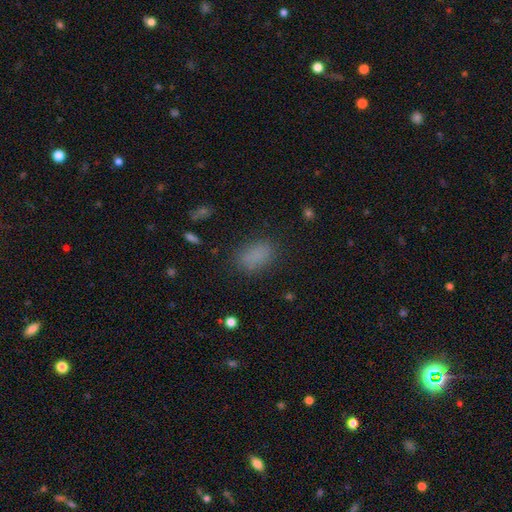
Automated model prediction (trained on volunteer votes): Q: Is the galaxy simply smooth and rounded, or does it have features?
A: smooth — 83%.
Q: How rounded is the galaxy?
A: in between — 88%.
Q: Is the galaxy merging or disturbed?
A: none — 81%.